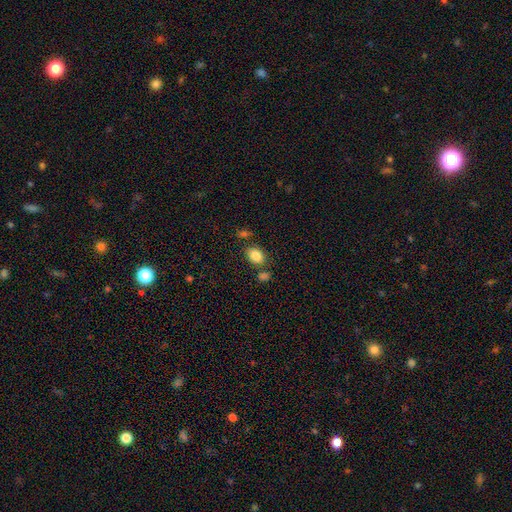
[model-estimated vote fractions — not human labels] The model was most divided on "how rounded": in between: 72%, round: 27%, cigar-shaped: 1%. More confident: smooth or featured — smooth (85%); merging — none (71%).